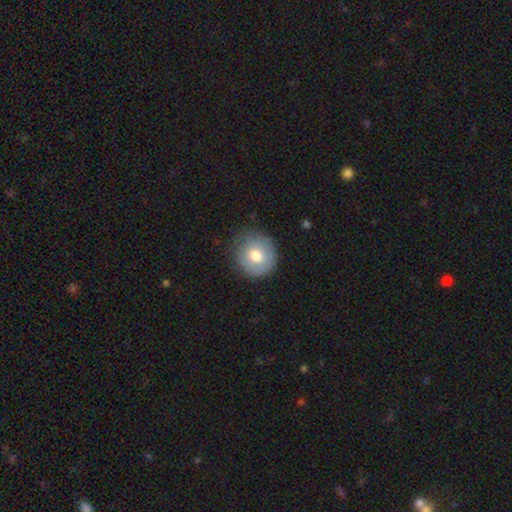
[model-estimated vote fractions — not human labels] smooth 71%, featured or disk 21%, star or artifact 8%. Down the decision tree: how rounded — round (90%); merging — none (78%).